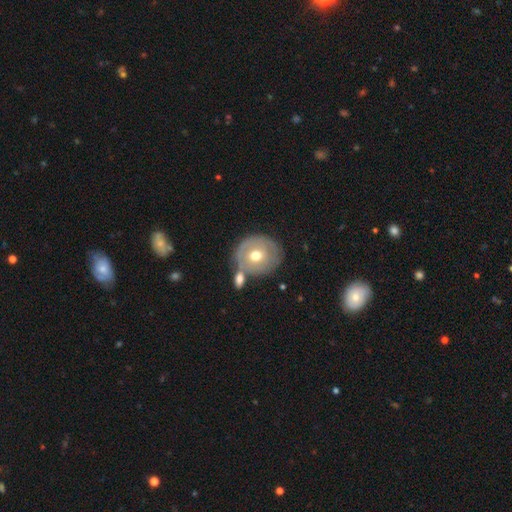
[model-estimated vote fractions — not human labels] Smooth or featured? featured or disk (48%)
Merging? none (59%)